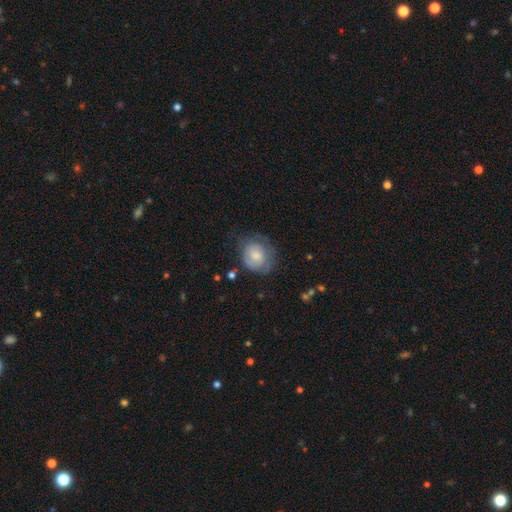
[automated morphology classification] This is possibly a smooth galaxy (54%). How rounded: likely round (67%). Merging: possibly none (54%).